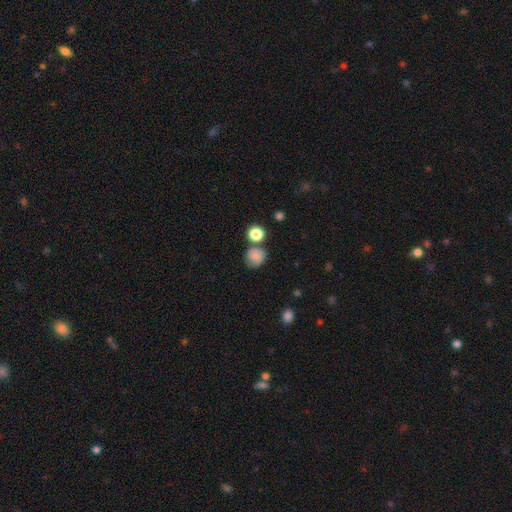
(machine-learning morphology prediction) smooth_or_featured: smooth (p=0.79) [alt: star or artifact p=0.11]
how_rounded: round (p=0.79) [alt: in between p=0.20]
merging: none (p=0.61) [alt: minor disturbance p=0.18]